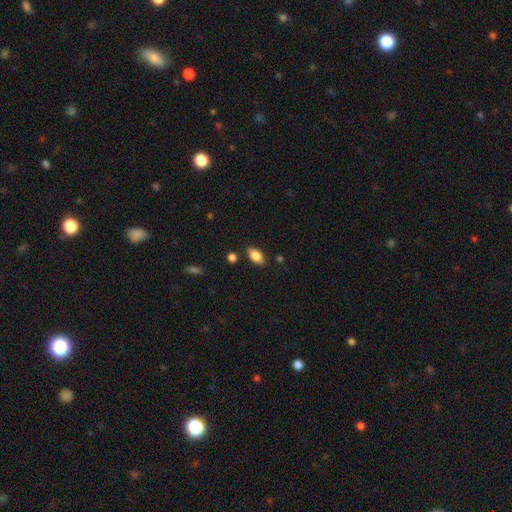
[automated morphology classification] smooth-or-featured: smooth: 85% | star or artifact: 8% | featured or disk: 8%
  how-rounded: in between: 91% | round: 5% | cigar-shaped: 4%
  merging: none: 82% | minor disturbance: 12% | merger: 3% | major disturbance: 3%